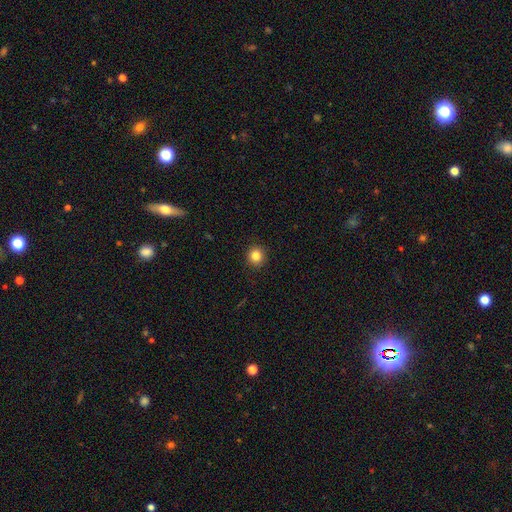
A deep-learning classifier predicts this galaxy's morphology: Q: Smooth or featured?
A: smooth (84%); runner-up: star or artifact (11%)
Q: How rounded?
A: round (90%); runner-up: in between (9%)
Q: Merging?
A: none (92%); runner-up: minor disturbance (6%)